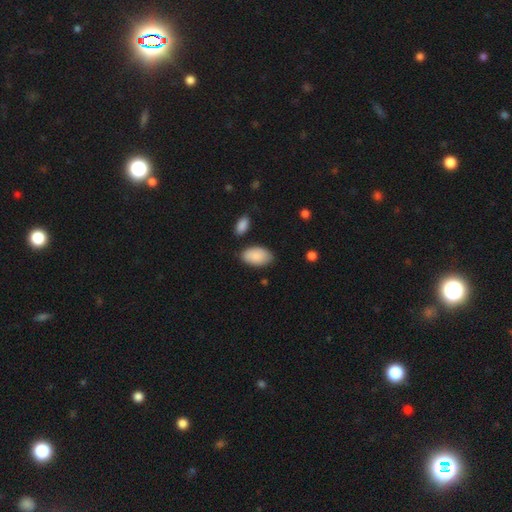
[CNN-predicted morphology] Q: Smooth or featured?
A: smooth (89%); runner-up: star or artifact (6%)
Q: How rounded?
A: in between (94%); runner-up: round (4%)
Q: Merging?
A: none (77%); runner-up: minor disturbance (16%)